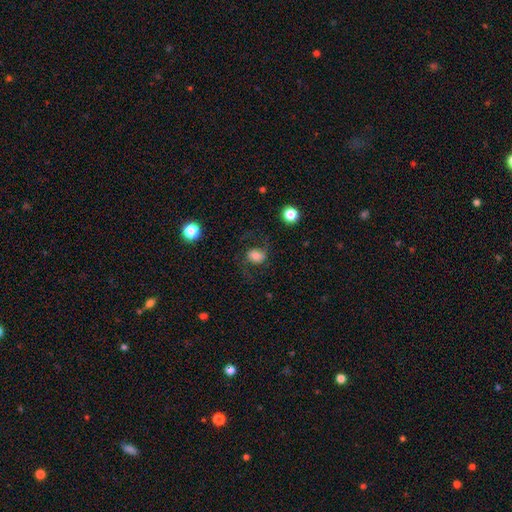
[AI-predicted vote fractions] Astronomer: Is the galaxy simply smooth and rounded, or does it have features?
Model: smooth — 60%.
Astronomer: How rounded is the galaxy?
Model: round — 58% (runner-up: in between, 41%).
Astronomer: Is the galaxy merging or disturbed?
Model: none — 66%.